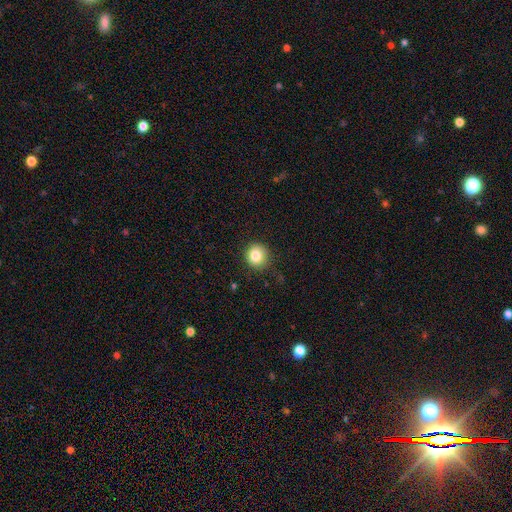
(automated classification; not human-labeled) smooth 83%, star or artifact 10%, featured or disk 7%. Down the decision tree: how rounded — round (92%); merging — none (89%).